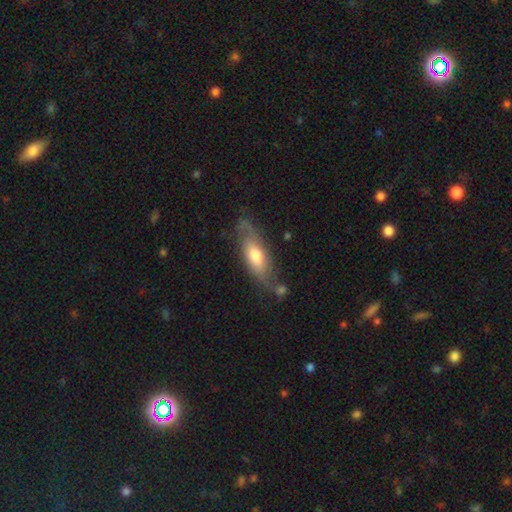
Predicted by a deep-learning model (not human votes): This is possibly a smooth galaxy (47%, tied with featured or disk). Merging: possibly none (57%).